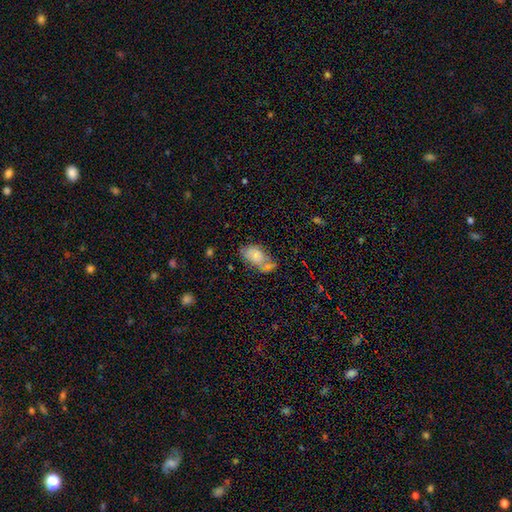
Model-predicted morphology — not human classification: This appears to be a smooth galaxy with no disk features (65%) that is in between round and cigar-shaped (90%). Merging: none (52%).